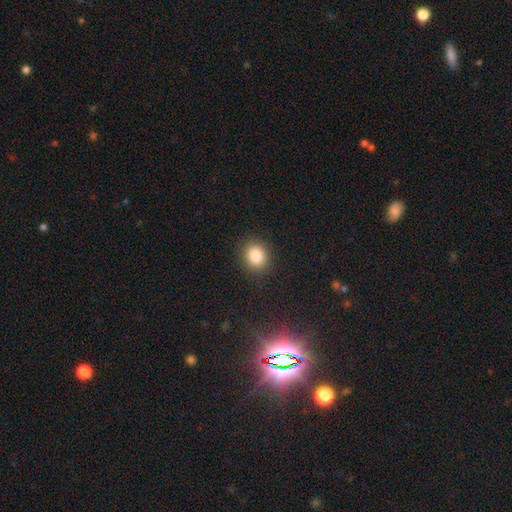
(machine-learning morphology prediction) smooth-or-featured: smooth: 86% | star or artifact: 10% | featured or disk: 4%
  how-rounded: round: 69% | in between: 30% | cigar-shaped: 1%
  merging: none: 88% | minor disturbance: 8% | major disturbance: 3% | merger: 1%